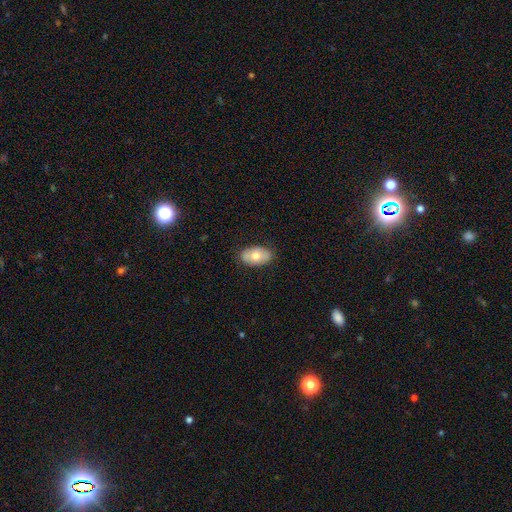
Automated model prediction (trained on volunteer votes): A smooth galaxy with no disk features (70%) that is in between round and cigar-shaped (93%). Merging: none (85%).